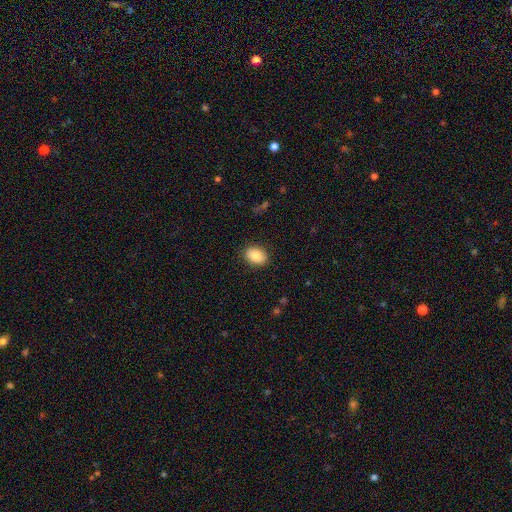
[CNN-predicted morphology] Smooth or featured?
  - smooth: 87% *
  - star or artifact: 8%
  - featured or disk: 5%
How rounded?
  - in between: 77% *
  - round: 22%
  - cigar-shaped: 1%
Merging?
  - none: 88% *
  - minor disturbance: 8%
  - major disturbance: 2%
  - merger: 1%